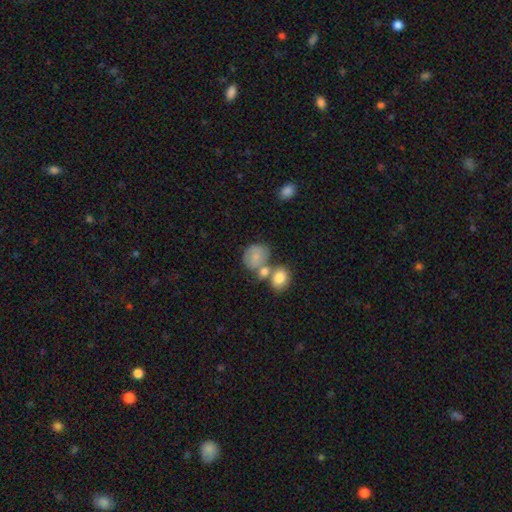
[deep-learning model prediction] Overall: smooth (69%). How rounded: round (61%; in between 38%). Merging: merger (41%; none 35%).